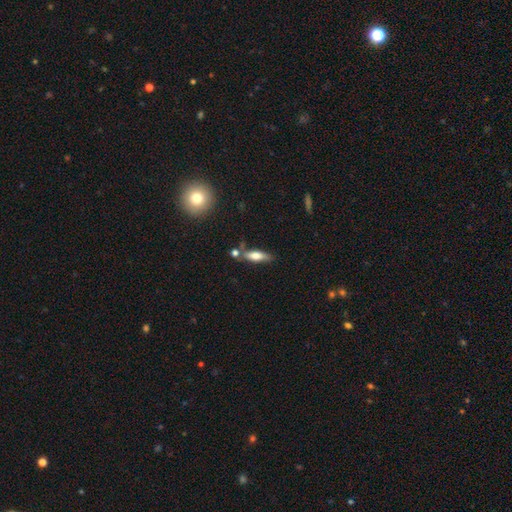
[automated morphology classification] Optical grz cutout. It shows a smooth galaxy with no disk features (63%) that is in between round and cigar-shaped (49%). Merging: none (63%).